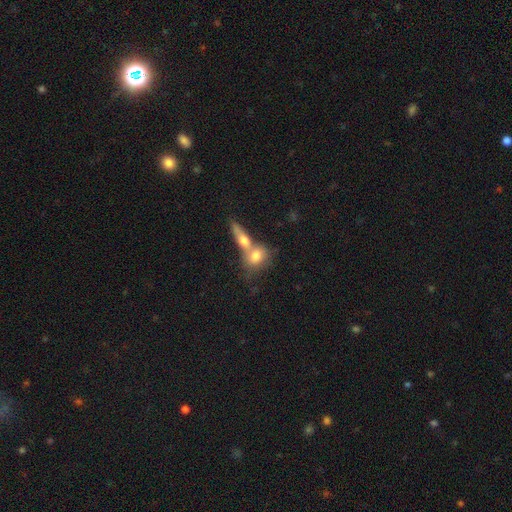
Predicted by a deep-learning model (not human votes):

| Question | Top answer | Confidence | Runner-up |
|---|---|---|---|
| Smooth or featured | smooth | 71% | featured or disk (21%) |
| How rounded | in between | 50% | round (41%) |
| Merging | merger | 61% | none (28%) |